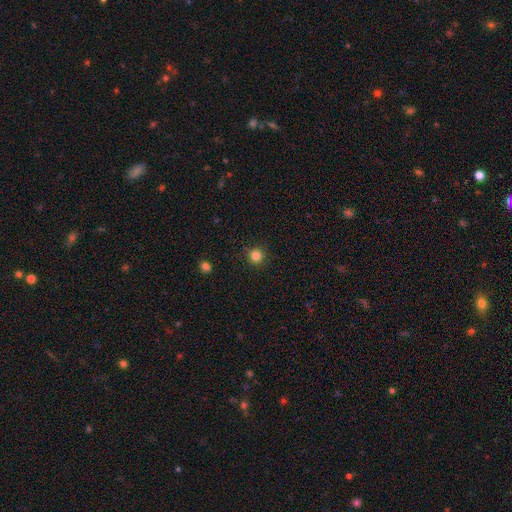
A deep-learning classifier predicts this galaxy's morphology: Smooth or featured: smooth — 83% (star or artifact — 13%)
How rounded: round — 95% (in between — 4%)
Merging: none — 91% (minor disturbance — 6%)